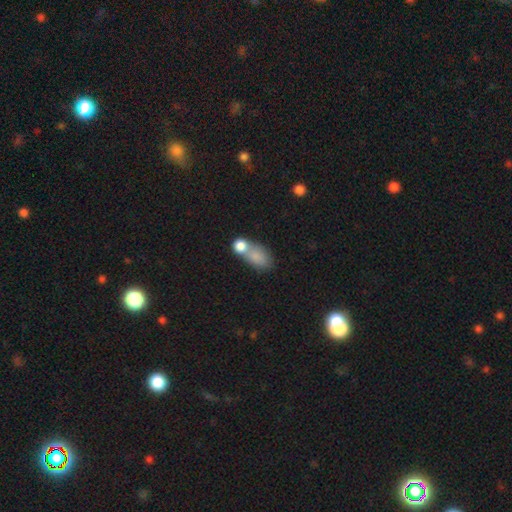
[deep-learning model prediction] smooth 80%, featured or disk 11%, star or artifact 9%. Down the decision tree: how rounded — in between (79%); merging — merger (54%).